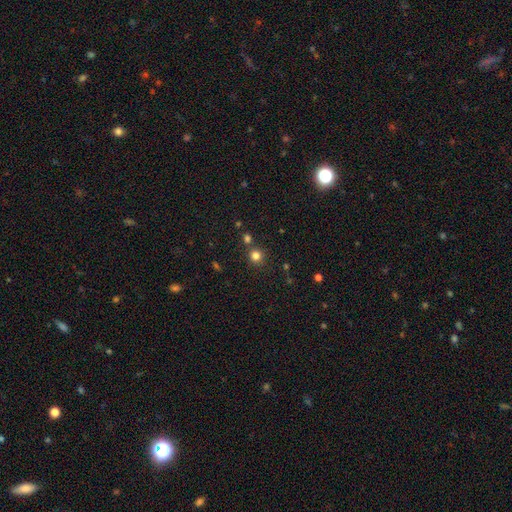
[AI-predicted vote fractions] smooth 79%, star or artifact 16%, featured or disk 5%. Down the decision tree: how rounded — round (92%); merging — none (80%).